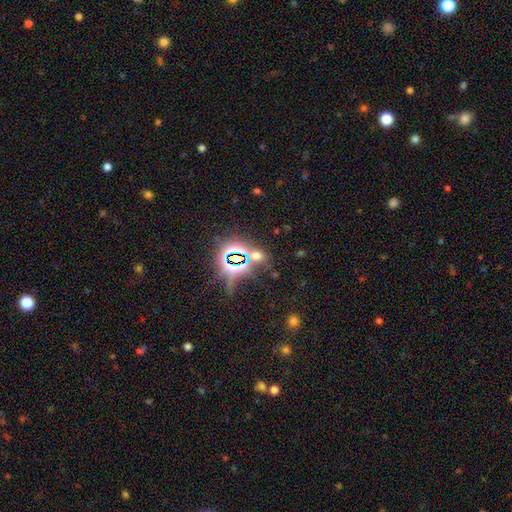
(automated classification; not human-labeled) Smooth or featured: star or artifact — 57% (smooth — 35%)